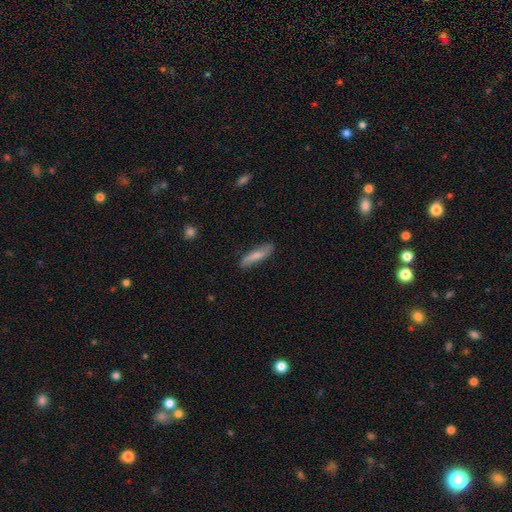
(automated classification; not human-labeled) A smooth galaxy with no disk features (65%) that is cigar-shaped (75%). Merging: none (77%).